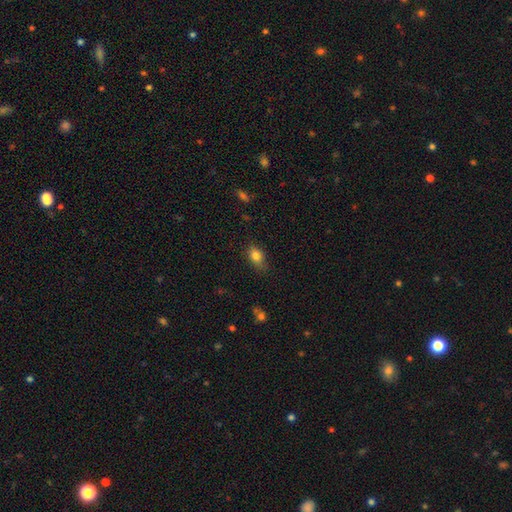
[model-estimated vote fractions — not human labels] Overall: smooth (82%). How rounded: in between (80%). Merging: none (74%).